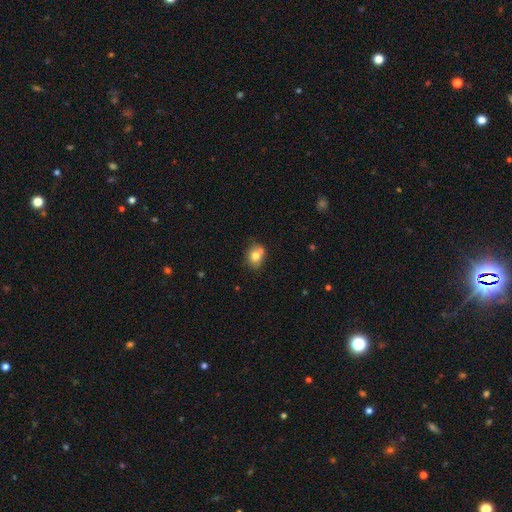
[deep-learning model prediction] Overall: smooth (78%). How rounded: round (52%; in between 47%). Merging: none (57%; minor disturbance 23%).